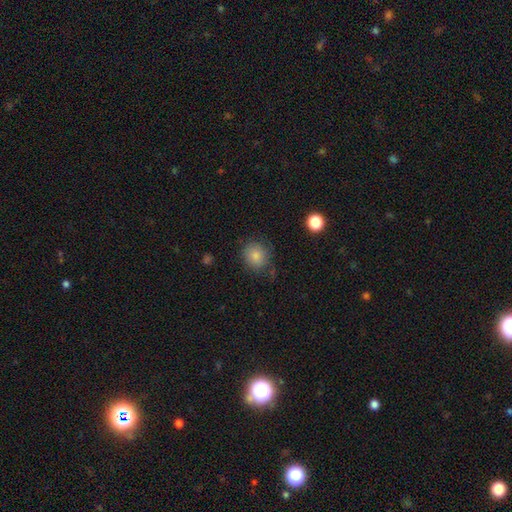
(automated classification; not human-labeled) Overall: smooth (81%). How rounded: round (80%). Merging: none (75%).